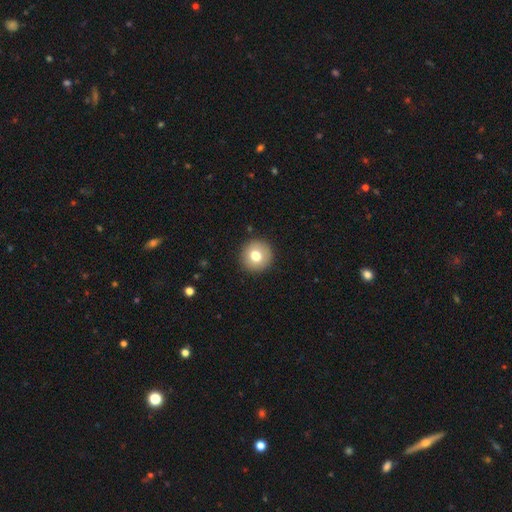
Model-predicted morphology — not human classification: This is likely a smooth galaxy (75%). How rounded: clearly round (95%). Merging: clearly none (92%).